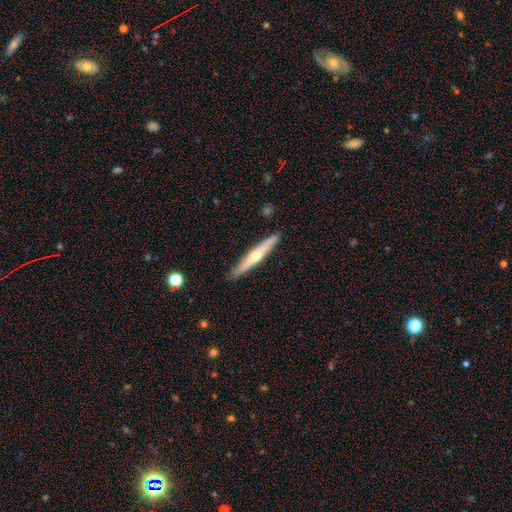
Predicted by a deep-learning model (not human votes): This appears to be a featured or disk galaxy (56%) viewed edge-on (93%) with a rounded central bulge (82%). Merging: none (88%).